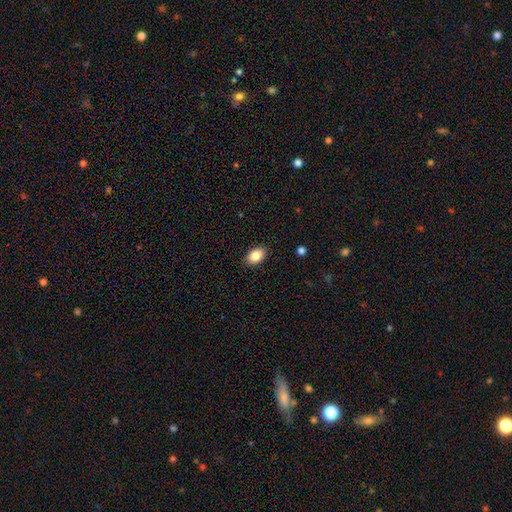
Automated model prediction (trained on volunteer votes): A smooth galaxy with no disk features (86%) that is in between round and cigar-shaped (88%).

Vote fractions:
- Smooth or featured? smooth: 86% / star or artifact: 8% / featured or disk: 7%
- How rounded? in between: 88% / round: 11% / cigar-shaped: 1%
- Merging? none: 88% / minor disturbance: 9% / major disturbance: 2% / merger: 1%